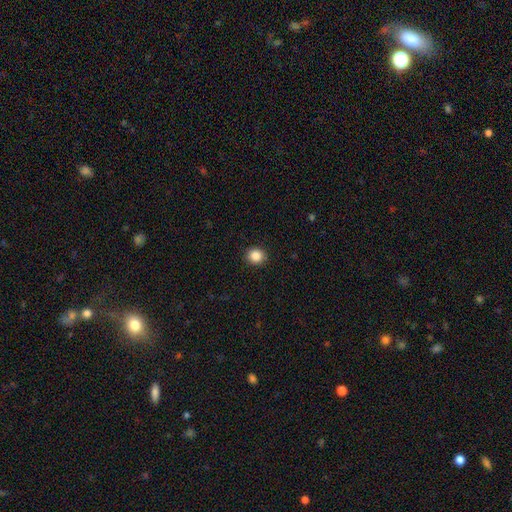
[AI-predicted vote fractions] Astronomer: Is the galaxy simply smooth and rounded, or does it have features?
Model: smooth — 87%.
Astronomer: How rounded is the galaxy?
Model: round — 85%.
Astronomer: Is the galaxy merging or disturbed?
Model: none — 91%.